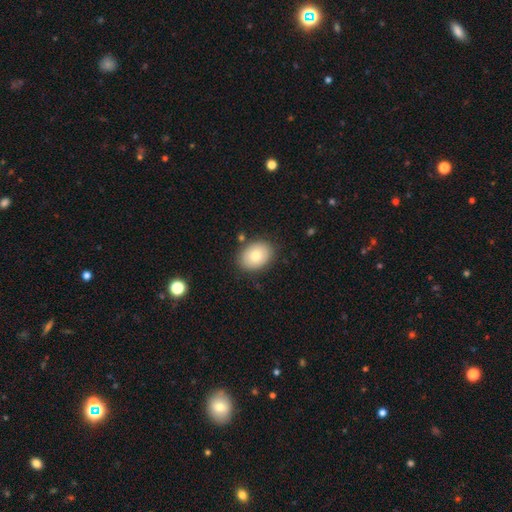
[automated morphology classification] Q: Smooth or featured?
A: smooth (80%); runner-up: featured or disk (12%)
Q: How rounded?
A: in between (72%); runner-up: round (27%)
Q: Merging?
A: none (84%); runner-up: minor disturbance (11%)